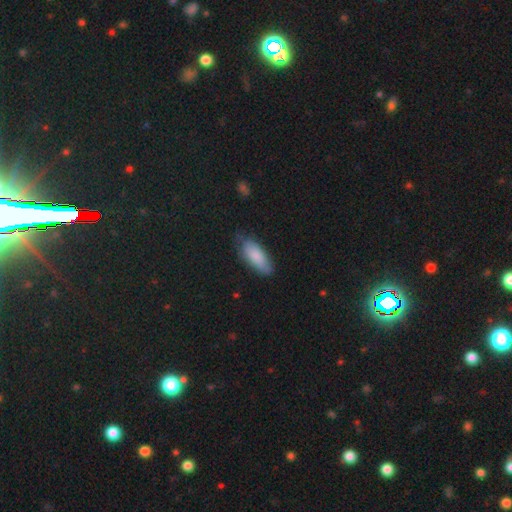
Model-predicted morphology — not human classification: Smooth or featured? Predicted: smooth (p=0.83). How rounded? Predicted: in between (p=0.79). Merging? Predicted: none (p=0.67).